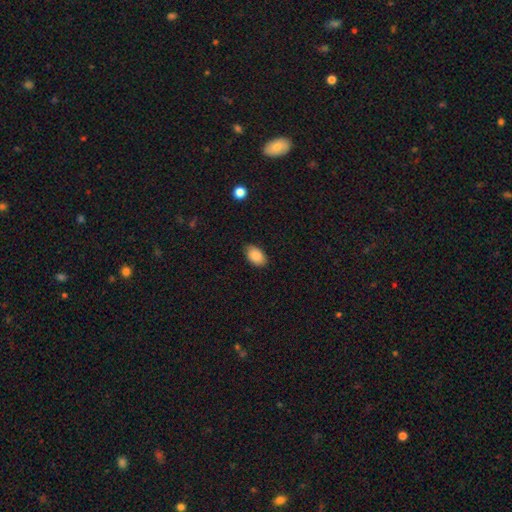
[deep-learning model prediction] The model was most divided on "merging": none: 83%, minor disturbance: 13%, major disturbance: 3%, merger: 1%. More confident: how rounded — in between (91%); smooth or featured — smooth (88%).